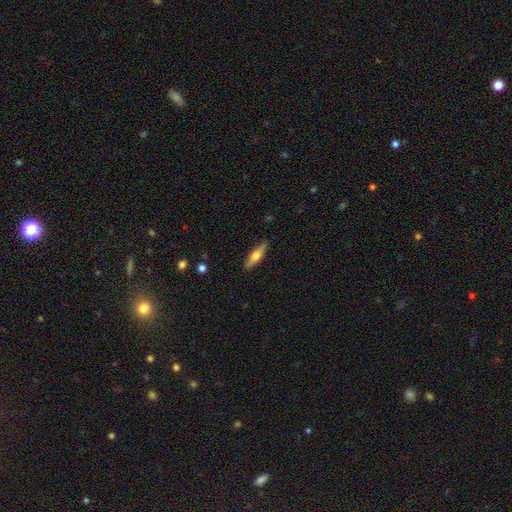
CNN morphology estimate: This is possibly a featured or disk galaxy (48%). Merging: clearly none (89%).